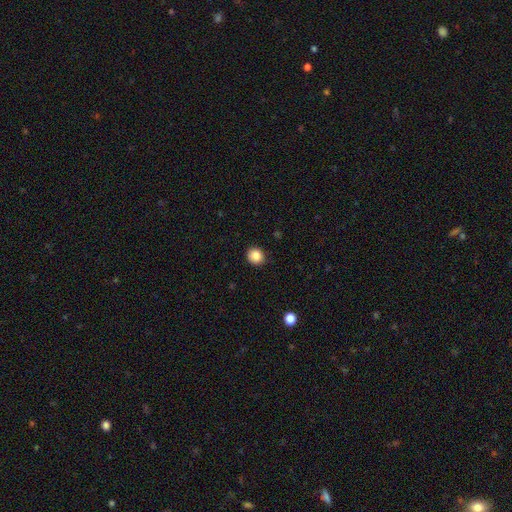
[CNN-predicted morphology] Smooth or featured? smooth (86%)
How rounded? round (83%)
Merging? none (90%)